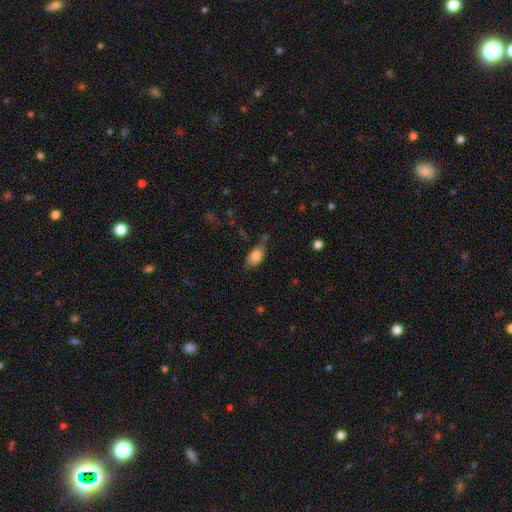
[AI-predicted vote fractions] This appears to be a smooth galaxy with no disk features (83%) that is in between round and cigar-shaped (89%). Merging: none (54%).